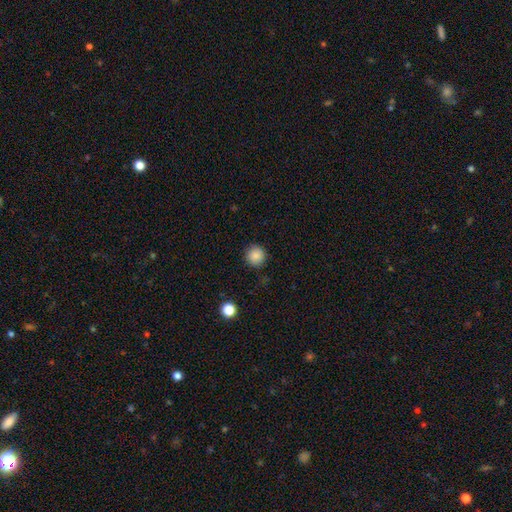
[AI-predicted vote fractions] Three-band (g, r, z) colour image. It shows a smooth galaxy with no disk features (88%) that is round (94%). Merging: none (89%).